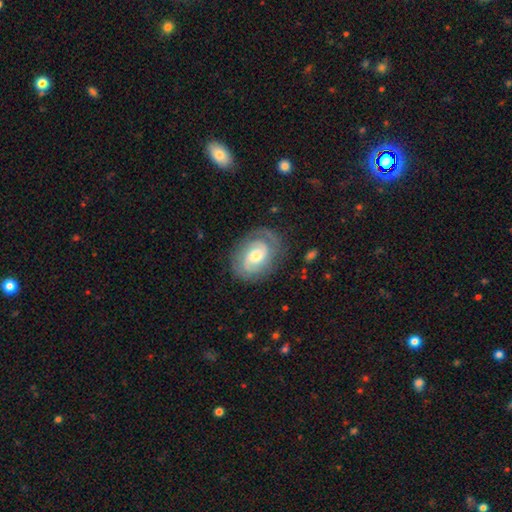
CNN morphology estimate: type=featured or disk (81%); edge-on=no (97%); bar=no (54%); spiral arms=yes (94%); winding=tight (53%); arm count=2 (69%); bulge=moderate (62%); merging=none (76%).